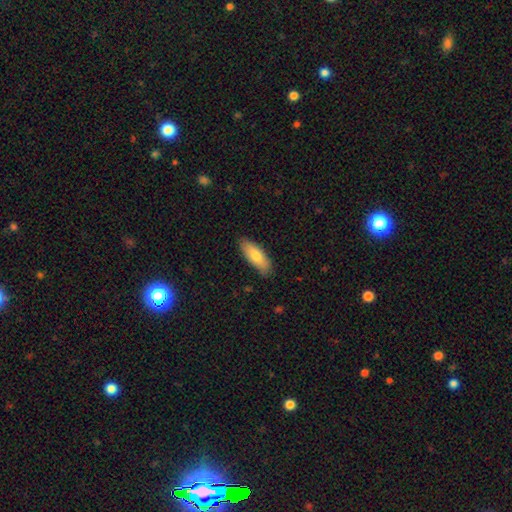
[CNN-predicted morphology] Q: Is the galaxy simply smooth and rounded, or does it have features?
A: smooth — 78%.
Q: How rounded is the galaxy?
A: in between — 67%.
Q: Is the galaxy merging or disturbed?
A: none — 85%.